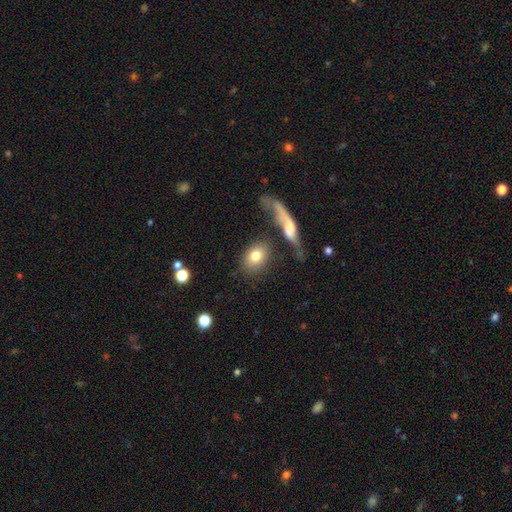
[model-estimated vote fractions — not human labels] This is likely a smooth galaxy (78%). How rounded: likely in between (65%). Merging: likely none (68%).